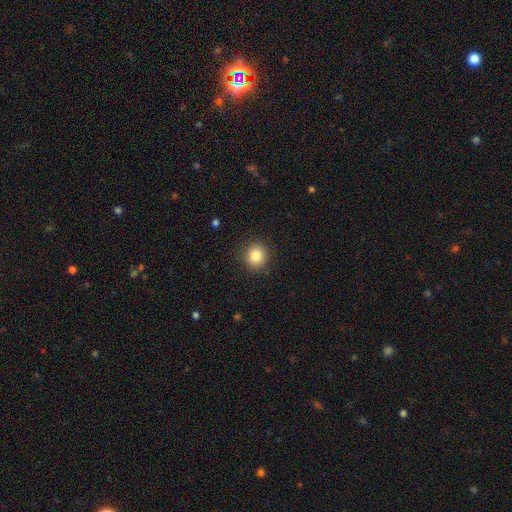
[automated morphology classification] A smooth galaxy with no disk features (84%) that is round (87%). Merging: none (89%).